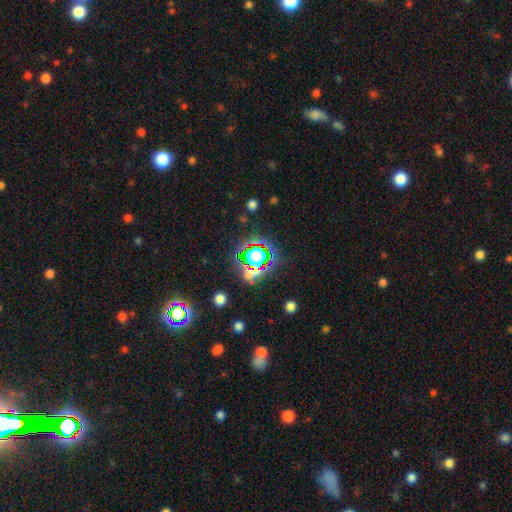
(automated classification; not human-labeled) Q: Smooth or featured?
A: star or artifact (62%); runner-up: smooth (25%)